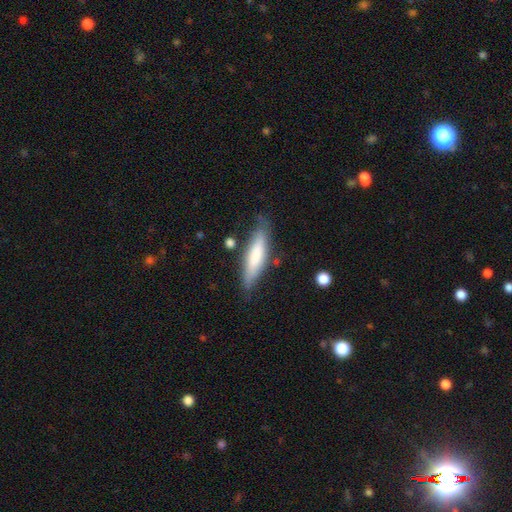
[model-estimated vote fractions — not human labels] Smooth or featured?
  - smooth: 69% *
  - featured or disk: 25%
  - star or artifact: 6%
How rounded?
  - cigar-shaped: 70% *
  - in between: 29%
  - round: 1%
Merging?
  - none: 74% *
  - minor disturbance: 18%
  - major disturbance: 4%
  - merger: 3%